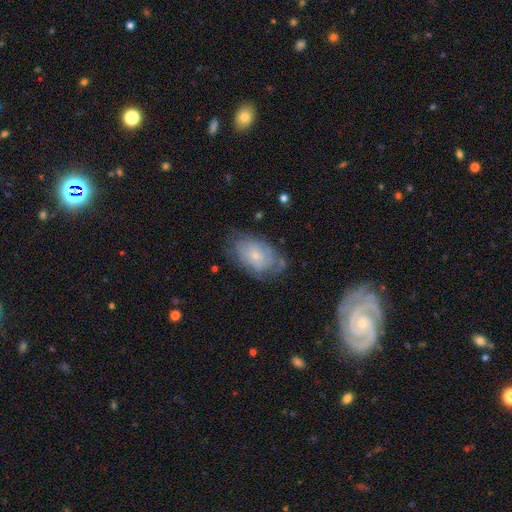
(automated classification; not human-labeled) Q: Smooth or featured?
A: smooth (53%); runner-up: featured or disk (39%)
Q: How rounded?
A: in between (90%); runner-up: round (8%)
Q: Merging?
A: none (59%); runner-up: minor disturbance (27%)